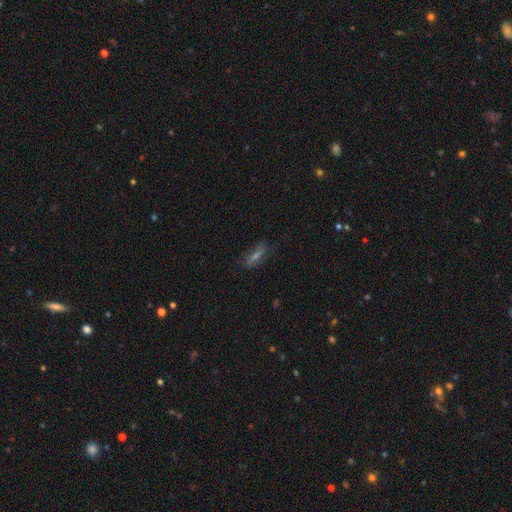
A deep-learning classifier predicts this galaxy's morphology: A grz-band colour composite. It shows a smooth galaxy with no disk features (42%). Merging: none (78%).